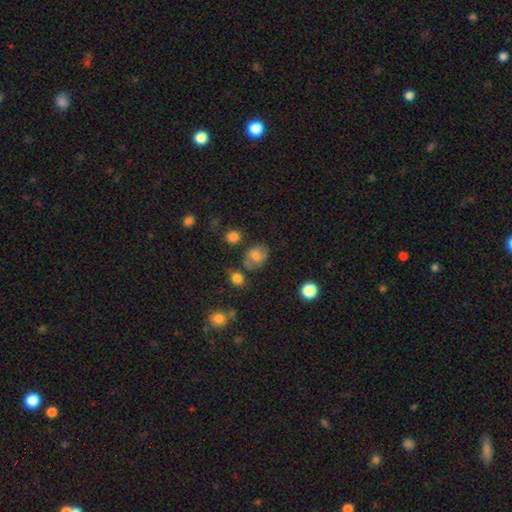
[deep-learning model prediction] smooth-or-featured: smooth: 53% | featured or disk: 36% | star or artifact: 11%
  how-rounded: in between: 54% | round: 45% | cigar-shaped: 1%
  merging: none: 65% | minor disturbance: 20% | major disturbance: 9% | merger: 6%